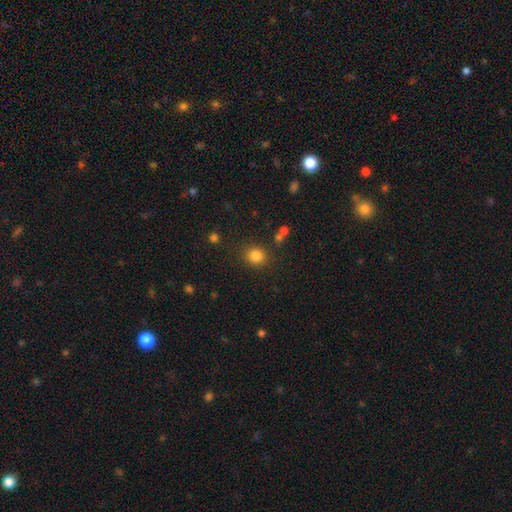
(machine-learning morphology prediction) Overall: smooth (83%). How rounded: round (84%). Merging: none (85%).